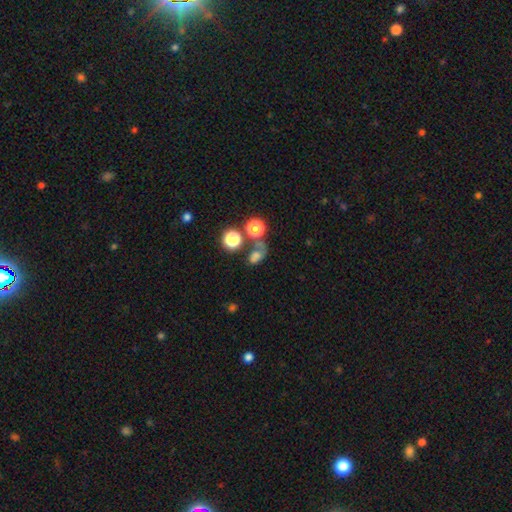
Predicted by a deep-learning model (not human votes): smooth_or_featured: smooth (p=0.58) [alt: star or artifact p=0.23]
how_rounded: in between (p=0.56) [alt: round p=0.42]
merging: none (p=0.34) [alt: merger p=0.30]